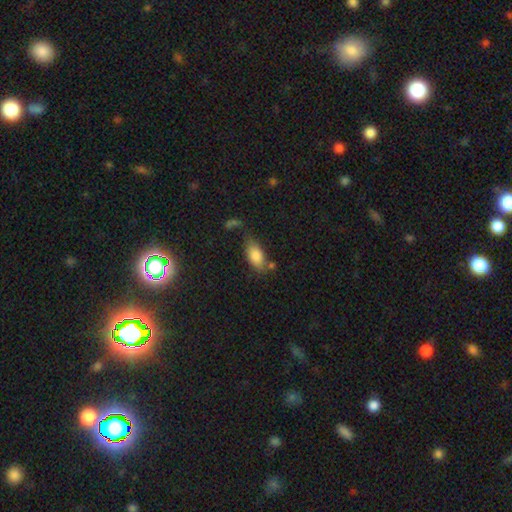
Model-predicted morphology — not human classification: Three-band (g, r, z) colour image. It shows a smooth galaxy with no disk features (82%) that is in between round and cigar-shaped (90%). Merging: none (56%).